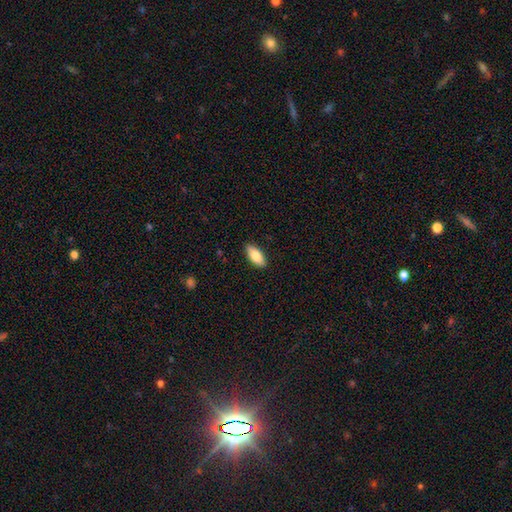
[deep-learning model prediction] A smooth galaxy with no disk features (83%) that is in between round and cigar-shaped (85%). Merging: none (89%).